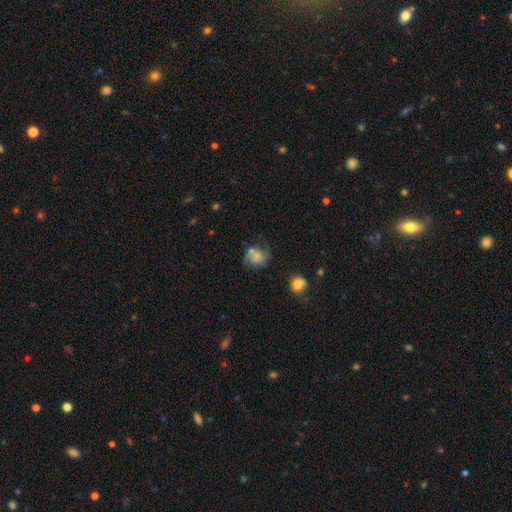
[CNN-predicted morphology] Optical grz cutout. It shows a smooth galaxy with no disk features (52%) that is round (54%). Merging: none (38%).